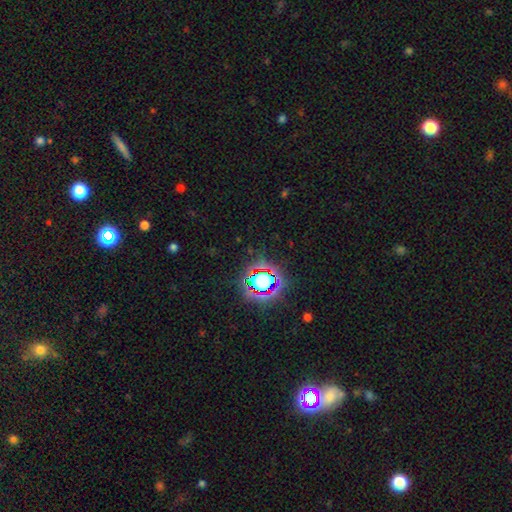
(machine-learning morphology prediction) A star or artifact, not a galaxy (78%).

Vote fractions:
- Smooth or featured? star or artifact: 78% / smooth: 14% / featured or disk: 8%